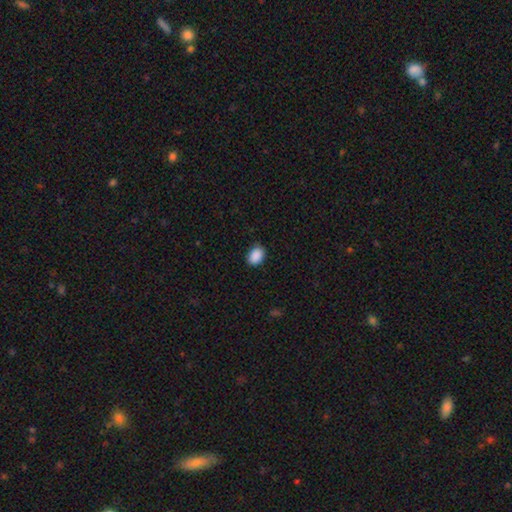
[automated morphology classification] This is clearly a smooth galaxy (90%). How rounded: likely in between (79%). Merging: clearly none (87%).